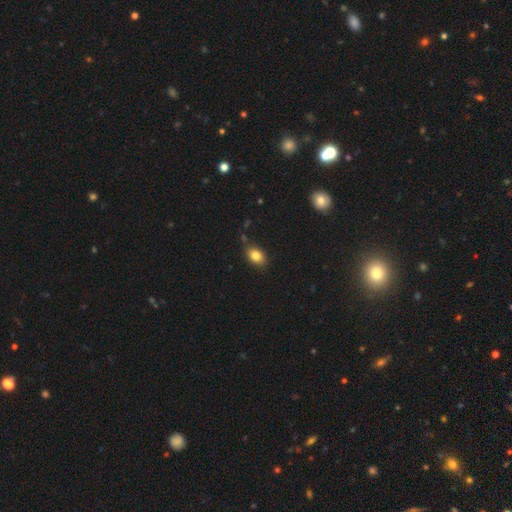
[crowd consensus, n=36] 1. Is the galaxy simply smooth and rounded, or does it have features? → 92% smooth, 6% featured or disk, 3% star or artifact.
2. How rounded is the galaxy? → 88% in between, 9% round, 3% cigar-shaped.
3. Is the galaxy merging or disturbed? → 71% none, 20% minor disturbance, 9% major disturbance, 0% merger.